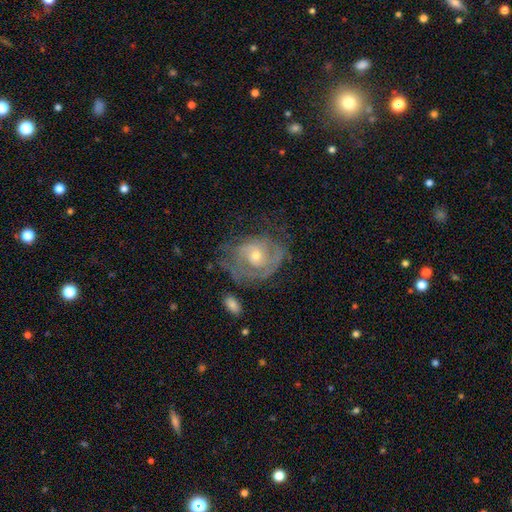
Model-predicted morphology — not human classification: Overall: featured or disk (75%). Edge-on disk: no (97%). Bar: no (71%). Spiral arms: yes (79%). Spiral arm count: can't tell (41%; 2 33%). Spiral winding: tight (57%; medium 31%). Bulge size: moderate (48%; small 47%). Merging: none (50%; minor disturbance 24%).